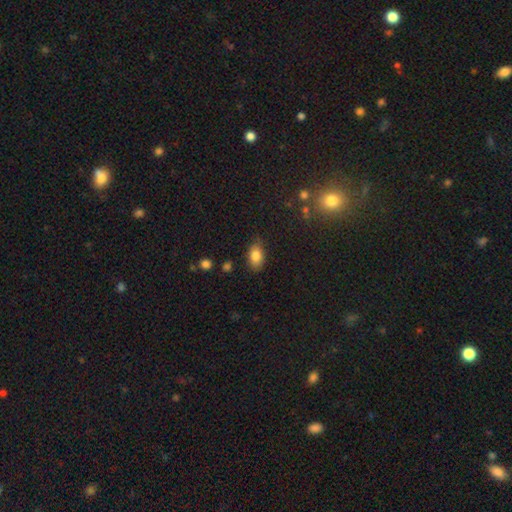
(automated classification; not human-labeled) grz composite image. It shows a smooth galaxy with no disk features (83%) that is in between round and cigar-shaped (89%). Merging: none (80%).